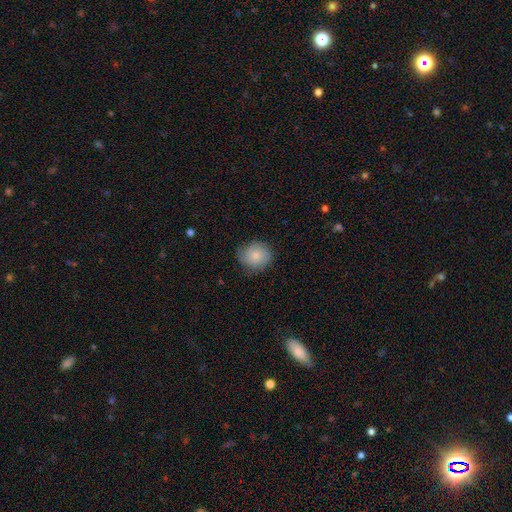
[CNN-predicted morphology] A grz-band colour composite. It shows a smooth galaxy with no disk features (79%) that is round (79%). Merging: none (75%).